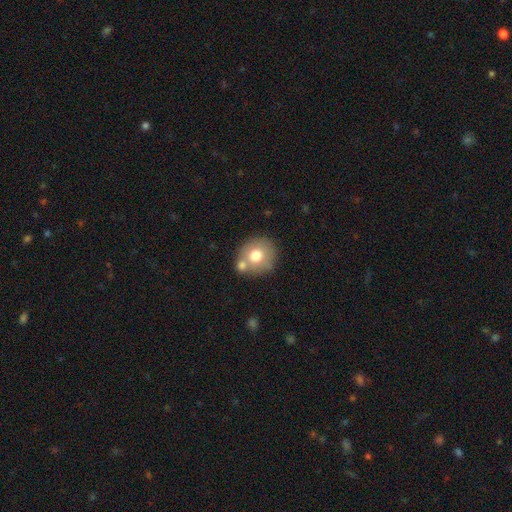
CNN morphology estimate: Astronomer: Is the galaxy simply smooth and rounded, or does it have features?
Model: smooth — 71%.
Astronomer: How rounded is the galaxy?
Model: round — 85%.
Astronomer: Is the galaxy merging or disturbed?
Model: none — 57%.